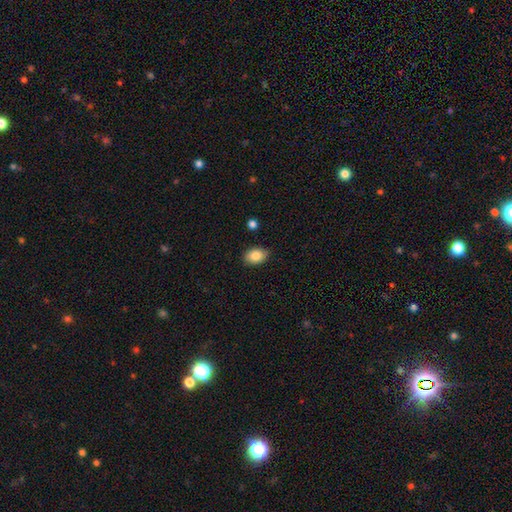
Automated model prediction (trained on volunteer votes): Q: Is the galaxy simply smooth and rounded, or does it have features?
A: smooth — 85%.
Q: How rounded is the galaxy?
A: in between — 83%.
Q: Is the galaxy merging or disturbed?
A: none — 86%.